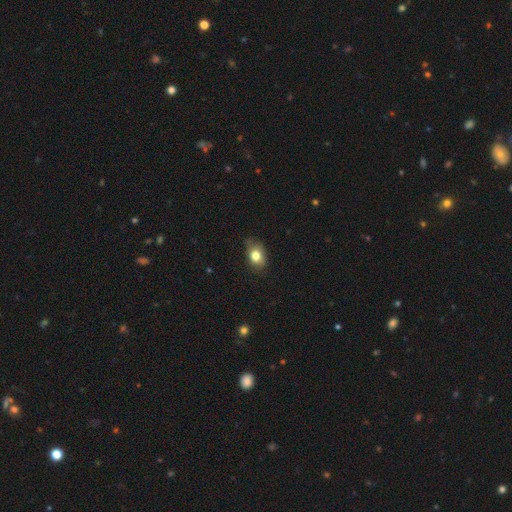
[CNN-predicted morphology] This appears to be a smooth galaxy with no disk features (80%) that is in between round and cigar-shaped (72%). Merging: none (68%).